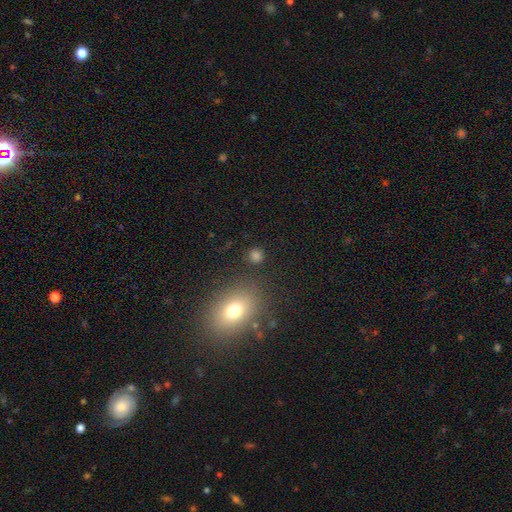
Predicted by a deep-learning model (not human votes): smooth 79%, star or artifact 16%, featured or disk 5%. Down the decision tree: how rounded — round (89%); merging — none (85%).